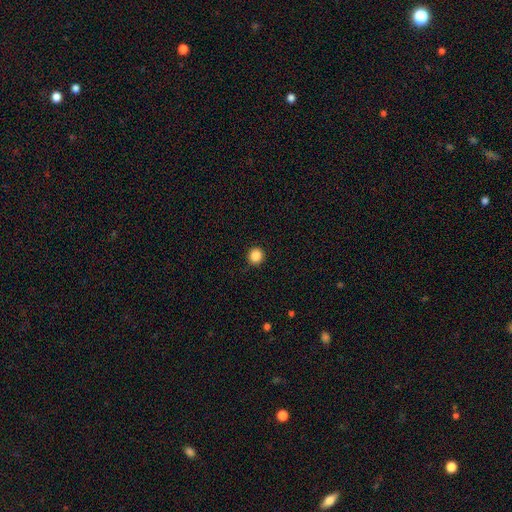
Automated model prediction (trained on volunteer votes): smooth_or_featured: smooth (p=0.87) [alt: star or artifact p=0.10]
how_rounded: round (p=0.93) [alt: in between p=0.06]
merging: none (p=0.92) [alt: minor disturbance p=0.06]